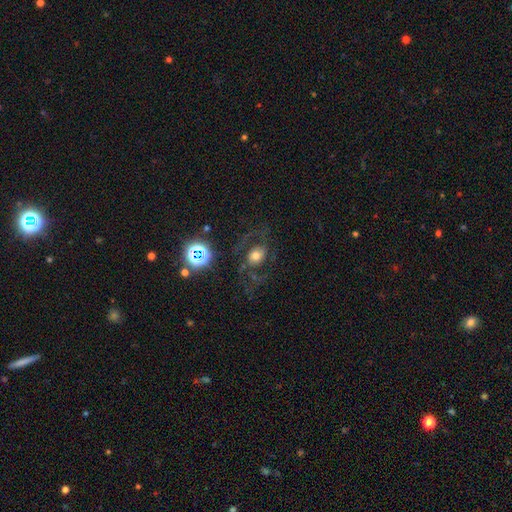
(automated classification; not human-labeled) A featured or disk galaxy (49%).

Vote fractions:
- Smooth or featured? featured or disk: 49% / smooth: 37% / star or artifact: 15%
- Merging? none: 58% / major disturbance: 24% / minor disturbance: 16% / merger: 3%